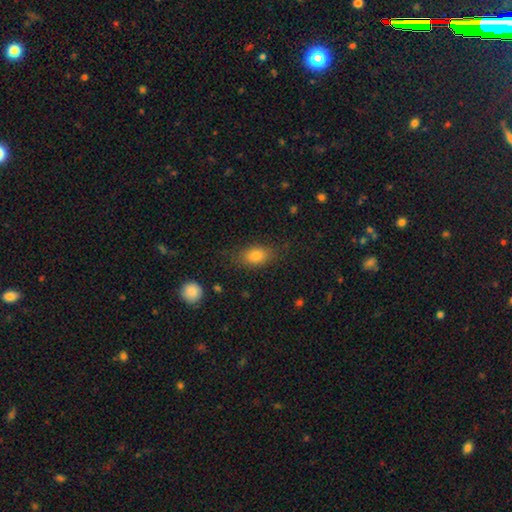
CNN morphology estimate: This is clearly a smooth galaxy (81%). How rounded: clearly in between (81%). Merging: likely none (78%).